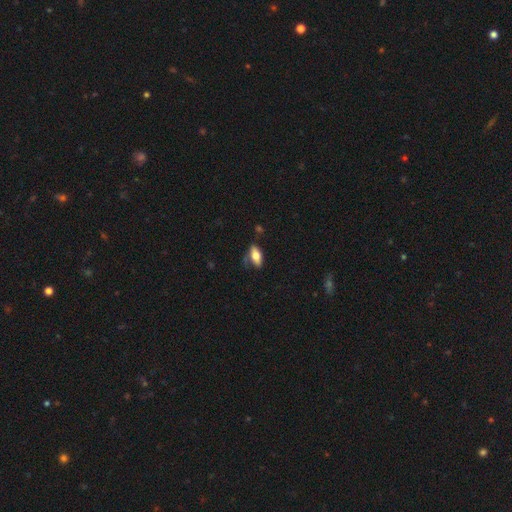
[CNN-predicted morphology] This is likely a smooth galaxy (74%). How rounded: clearly in between (85%). Merging: likely none (62%).